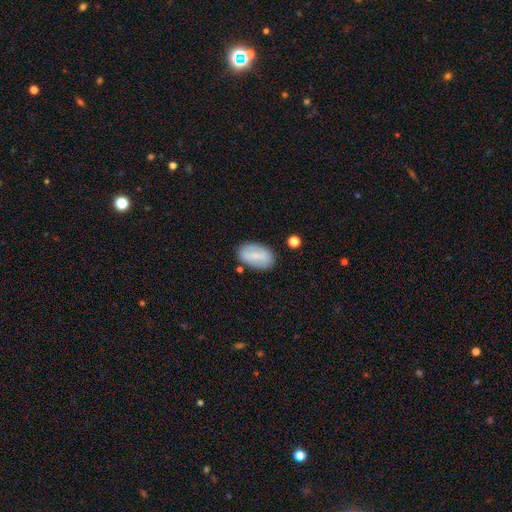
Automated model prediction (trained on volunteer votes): Smooth or featured? Predicted: smooth (p=0.62). How rounded? Predicted: in between (p=0.92). Merging? Predicted: none (p=0.80).